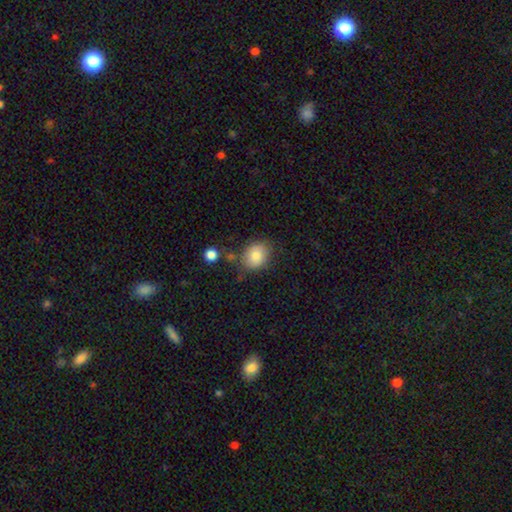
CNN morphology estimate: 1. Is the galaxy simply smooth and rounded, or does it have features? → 83% smooth, 9% featured or disk, 8% star or artifact.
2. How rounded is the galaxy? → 55% round, 44% in between, 1% cigar-shaped.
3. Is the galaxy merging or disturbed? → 73% none, 17% minor disturbance, 6% merger, 5% major disturbance.